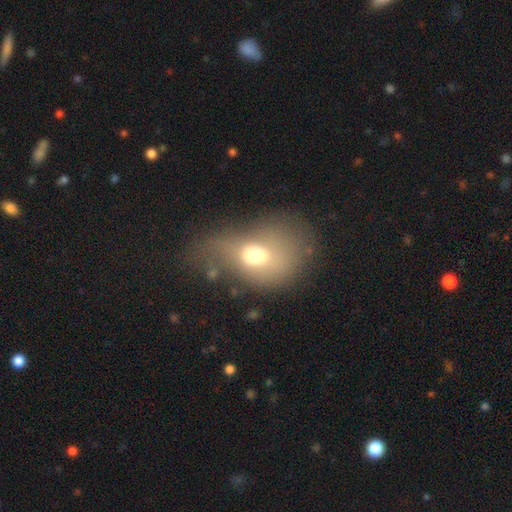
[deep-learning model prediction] smooth 60%, featured or disk 26%, star or artifact 13%. Down the decision tree: how rounded — in between (72%); merging — none (35%).